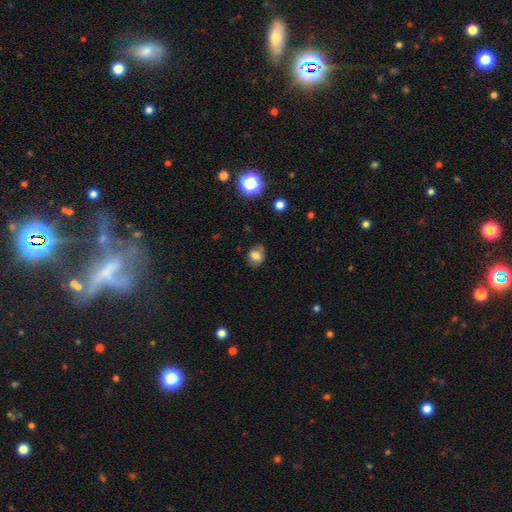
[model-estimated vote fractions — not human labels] Q: Smooth or featured?
A: smooth (70%); runner-up: featured or disk (18%)
Q: How rounded?
A: round (50%); runner-up: in between (48%)
Q: Merging?
A: none (71%); runner-up: minor disturbance (20%)